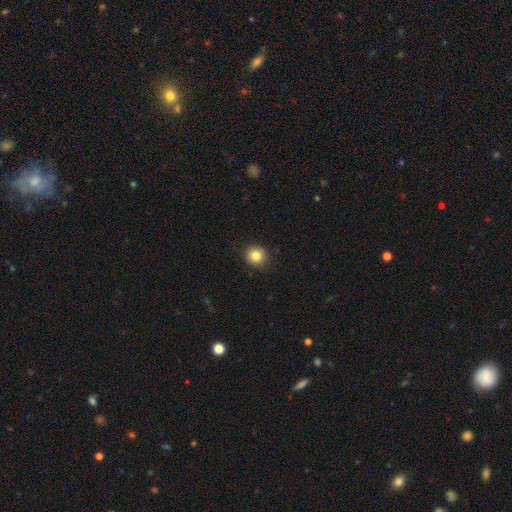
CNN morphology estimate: smooth-or-featured: smooth: 84% | star or artifact: 11% | featured or disk: 6%
  how-rounded: round: 90% | in between: 9% | cigar-shaped: 1%
  merging: none: 91% | minor disturbance: 6% | major disturbance: 2% | merger: 1%